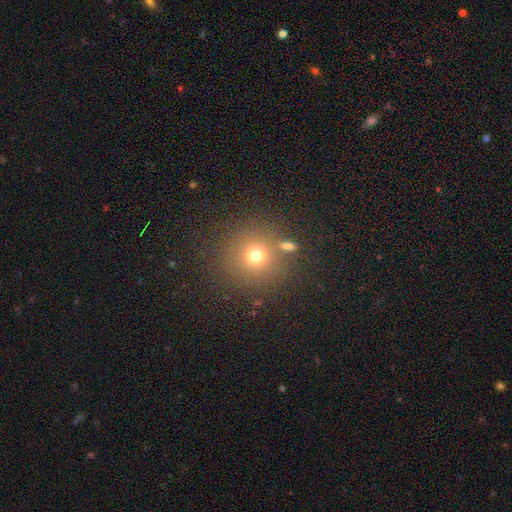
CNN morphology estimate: The model was most divided on "smooth or featured": smooth: 72%, star or artifact: 19%, featured or disk: 9%. More confident: how rounded — round (92%); merging — none (78%).